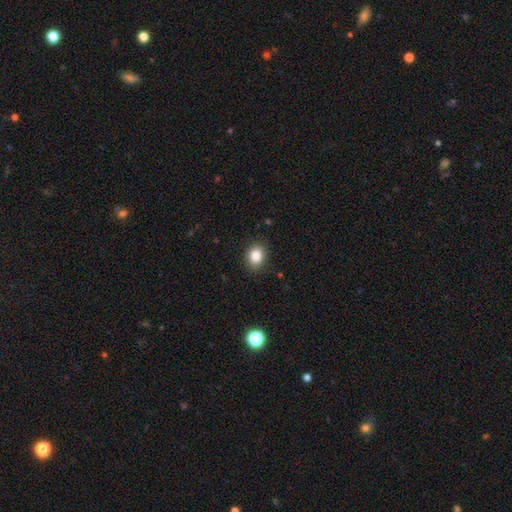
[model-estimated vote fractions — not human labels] Overall: smooth (85%). How rounded: in between (51%; round 48%). Merging: none (87%).